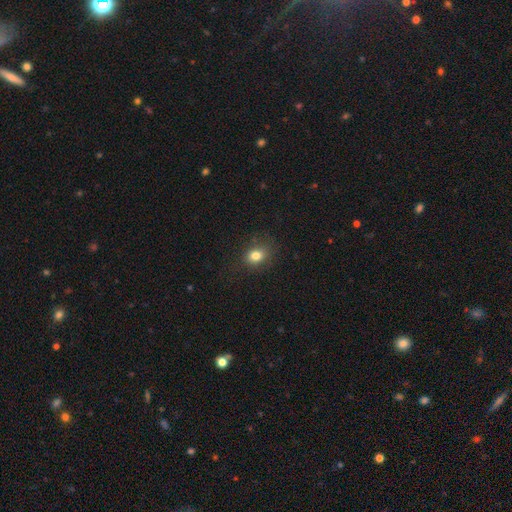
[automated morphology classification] smooth 81%, star or artifact 12%, featured or disk 7%. Down the decision tree: how rounded — round (52%); merging — none (81%).